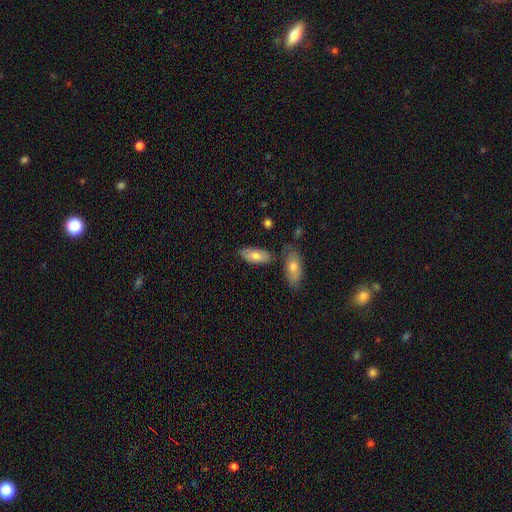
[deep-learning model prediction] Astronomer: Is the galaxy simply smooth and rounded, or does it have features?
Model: smooth — 71%.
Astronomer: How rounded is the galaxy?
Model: in between — 82%.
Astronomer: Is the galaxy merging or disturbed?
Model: none — 69%.